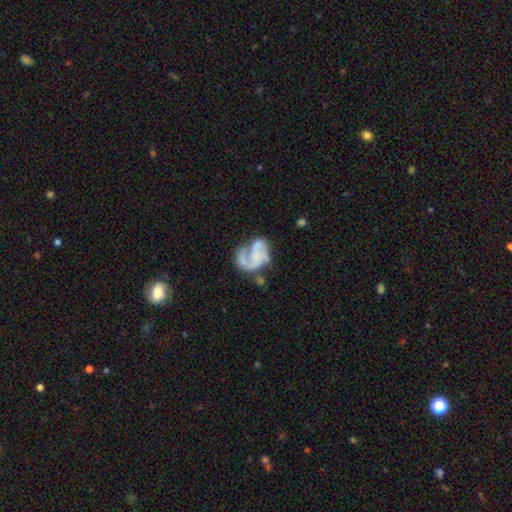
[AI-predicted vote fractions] Smooth or featured? featured or disk (75%)
Edge-on disk? no (98%)
Bar? no (71%)
Spiral arms? yes (85%)
Spiral winding? medium (45%)
Spiral arm count? 2 (44%)
Bulge size? none (47%)
Merging? none (37%)